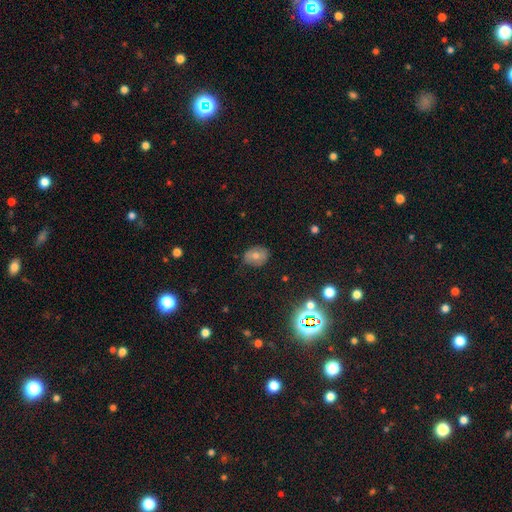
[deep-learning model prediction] Overall: smooth (63%; featured or disk 23%). How rounded: in between (63%; round 36%). Merging: none (77%).